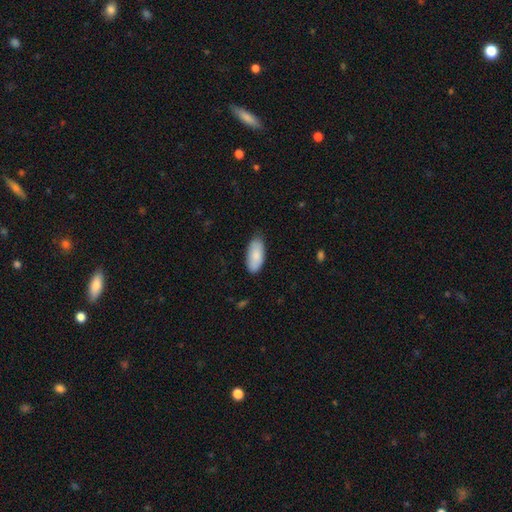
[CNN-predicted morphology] This appears to be a smooth galaxy with no disk features (86%) that is in between round and cigar-shaped (91%). Merging: none (78%).